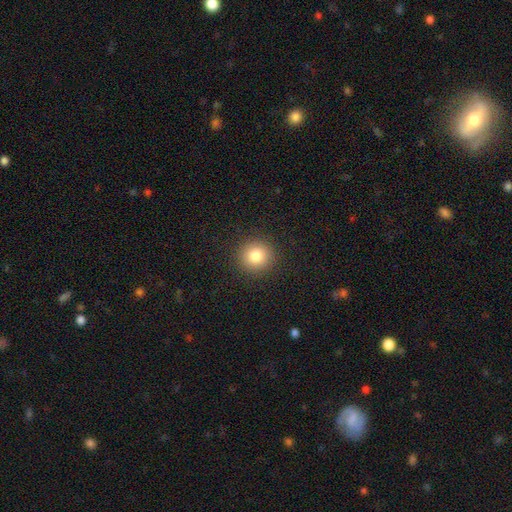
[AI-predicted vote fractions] A smooth galaxy with no disk features (82%) that is round (93%).

Vote fractions:
- Smooth or featured? smooth: 82% / star or artifact: 11% / featured or disk: 7%
- How rounded? round: 93% / in between: 6% / cigar-shaped: 1%
- Merging? none: 91% / minor disturbance: 6% / major disturbance: 2% / merger: 1%